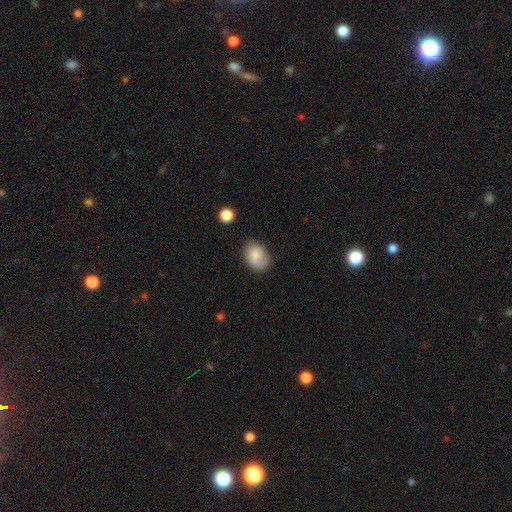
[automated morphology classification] smooth-or-featured: smooth: 80% | featured or disk: 13% | star or artifact: 8%
  how-rounded: in between: 74% | round: 25% | cigar-shaped: 1%
  merging: none: 67% | minor disturbance: 24% | major disturbance: 6% | merger: 2%